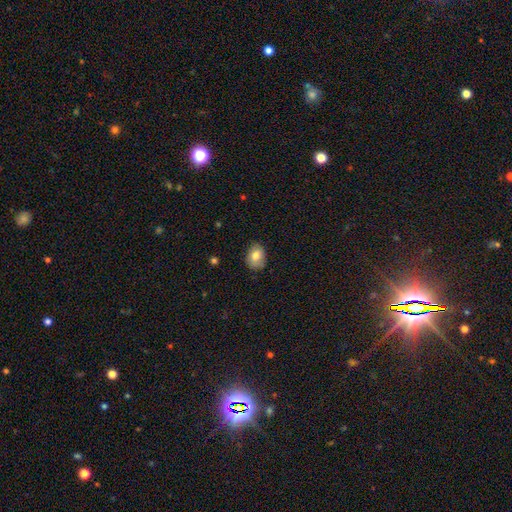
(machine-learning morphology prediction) Smooth or featured? Predicted: smooth (p=0.78). How rounded? Predicted: in between (p=0.61). Merging? Predicted: none (p=0.82).